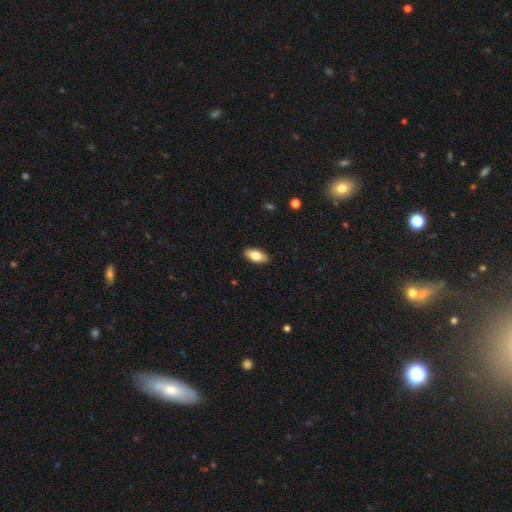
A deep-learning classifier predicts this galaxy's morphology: smooth 78%, featured or disk 16%, star or artifact 6%. Down the decision tree: how rounded — in between (90%); merging — none (89%).